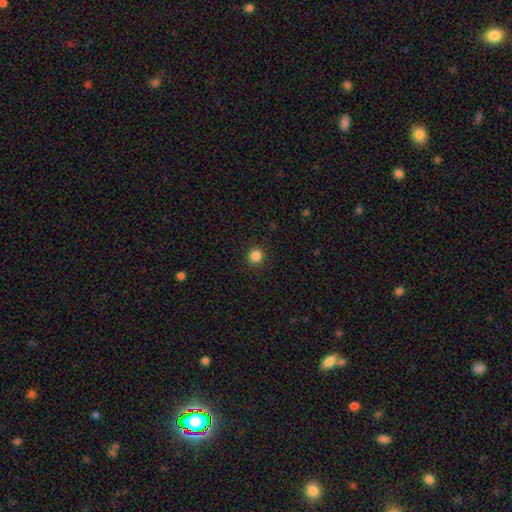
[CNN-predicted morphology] This is clearly a smooth galaxy (85%). How rounded: clearly round (93%). Merging: clearly none (92%).